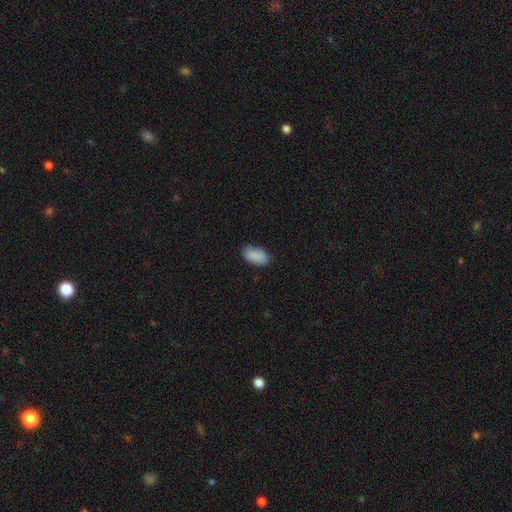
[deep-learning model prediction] smooth-or-featured: smooth: 88% | star or artifact: 7% | featured or disk: 5%
  how-rounded: in between: 93% | round: 4% | cigar-shaped: 2%
  merging: none: 74% | minor disturbance: 21% | major disturbance: 4% | merger: 1%